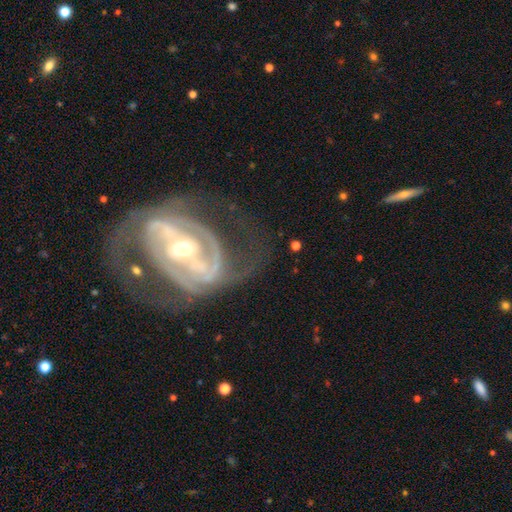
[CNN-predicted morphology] featured or disk 87%, smooth 7%, star or artifact 6%. Down the decision tree: edge-on disk — no (95%); bar — strong (59%); spiral arms — yes (86%); spiral arm count — 2 (66%); spiral winding — medium (43%); bulge size — moderate (53%); merging — none (59%).